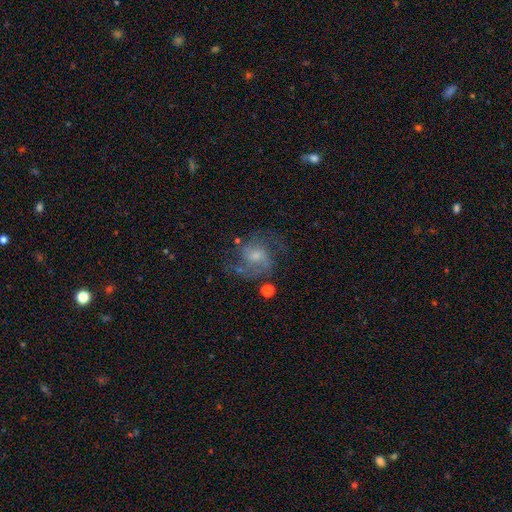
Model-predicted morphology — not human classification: smooth-or-featured: featured or disk: 77% | smooth: 13% | star or artifact: 10%
  disk-edge-on: no: 98% | yes: 2%
    bar: no: 52% | weak: 41% | strong: 7%
    has-spiral-arms: yes: 93% | no: 7%
      spiral-winding: medium: 53% | loose: 27% | tight: 20%
      spiral-arm-count: 2: 74% | can't tell: 11% | 3: 6% | 1: 4% | 4: 2% | more than 4: 2%
    bulge-size: small: 48% | moderate: 38% | none: 8% | large: 5% | dominant: 1%
  merging: none: 66% | minor disturbance: 17% | major disturbance: 14% | merger: 3%